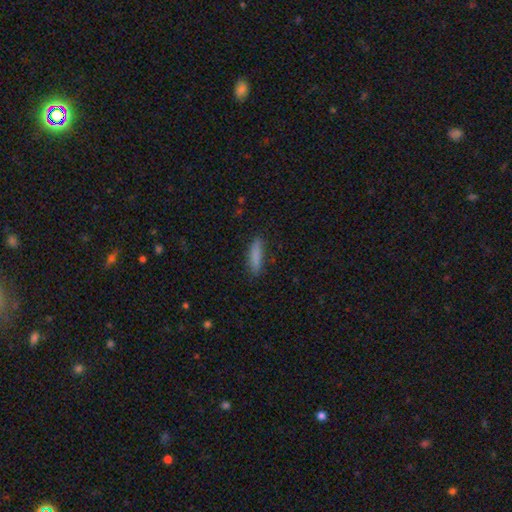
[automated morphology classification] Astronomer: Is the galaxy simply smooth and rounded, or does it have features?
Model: smooth — 85%.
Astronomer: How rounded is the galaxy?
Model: cigar-shaped — 75%.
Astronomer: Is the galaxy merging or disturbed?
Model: none — 84%.